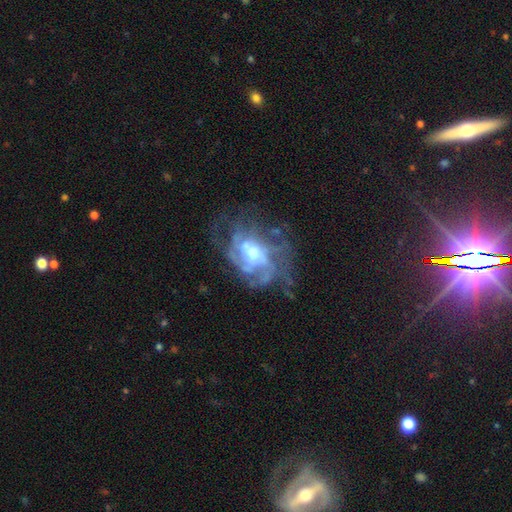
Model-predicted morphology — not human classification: Smooth or featured? Predicted: featured or disk (p=0.81). Edge-on disk? Predicted: no (p=0.97). Bar? Predicted: no (p=0.57). Spiral arms? Predicted: yes (p=0.84). Spiral winding? Predicted: medium (p=0.43). Spiral arm count? Predicted: can't tell (p=0.39). Bulge size? Predicted: moderate (p=0.55). Merging? Predicted: none (p=0.45).